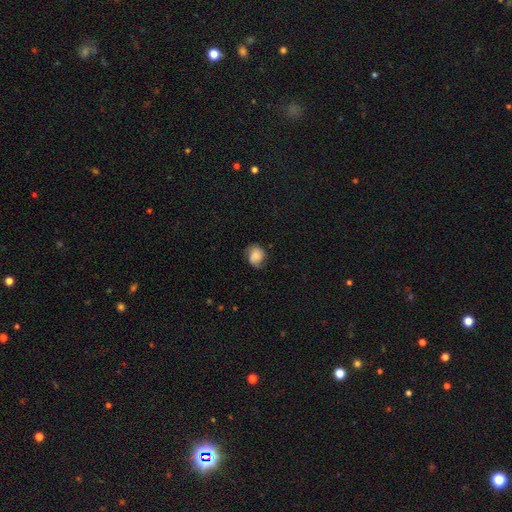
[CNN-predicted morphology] smooth-or-featured: smooth: 71% | featured or disk: 20% | star or artifact: 9%
  how-rounded: round: 61% | in between: 38% | cigar-shaped: 1%
  merging: none: 65% | minor disturbance: 26% | major disturbance: 7% | merger: 1%